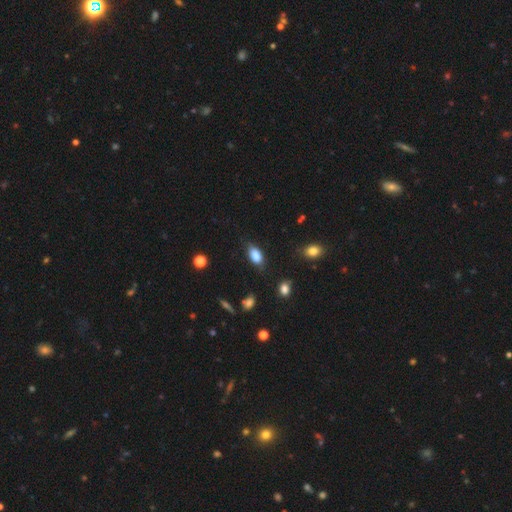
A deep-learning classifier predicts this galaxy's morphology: Smooth or featured?
  - smooth: 84% *
  - featured or disk: 8%
  - star or artifact: 8%
How rounded?
  - in between: 89% *
  - cigar-shaped: 6%
  - round: 5%
Merging?
  - none: 75% *
  - minor disturbance: 19%
  - major disturbance: 5%
  - merger: 2%